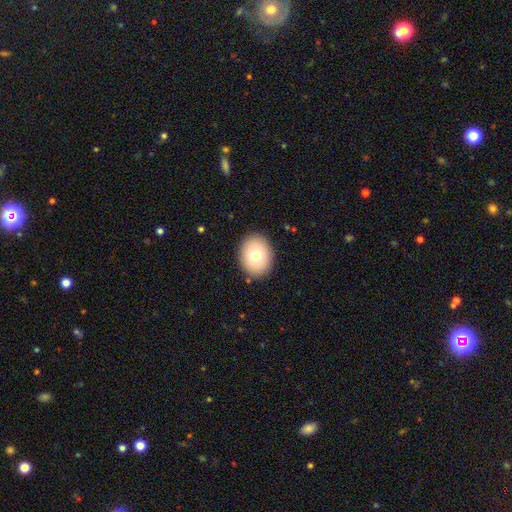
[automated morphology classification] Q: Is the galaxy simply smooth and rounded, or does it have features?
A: smooth — 76%.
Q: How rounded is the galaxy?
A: in between — 51%.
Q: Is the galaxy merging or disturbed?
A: none — 88%.